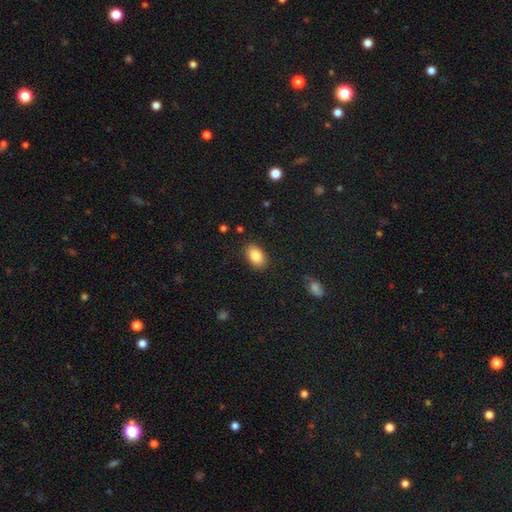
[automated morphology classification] Overall: smooth (85%). How rounded: in between (87%). Merging: none (87%).